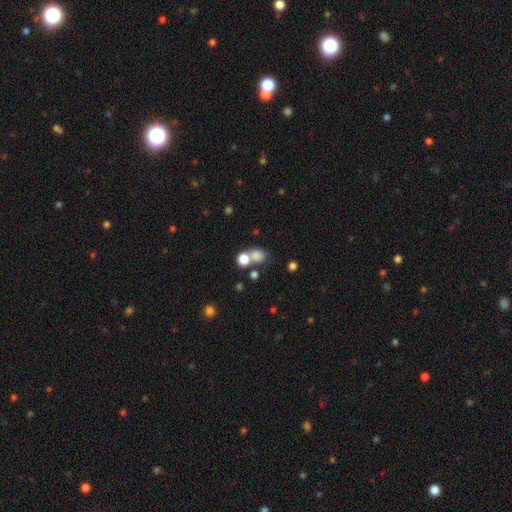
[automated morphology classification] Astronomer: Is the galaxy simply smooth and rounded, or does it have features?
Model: smooth — 77%.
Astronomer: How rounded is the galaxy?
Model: round — 61% (runner-up: in between, 37%).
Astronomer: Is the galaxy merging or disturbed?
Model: none — 43% (runner-up: merger, 42%).